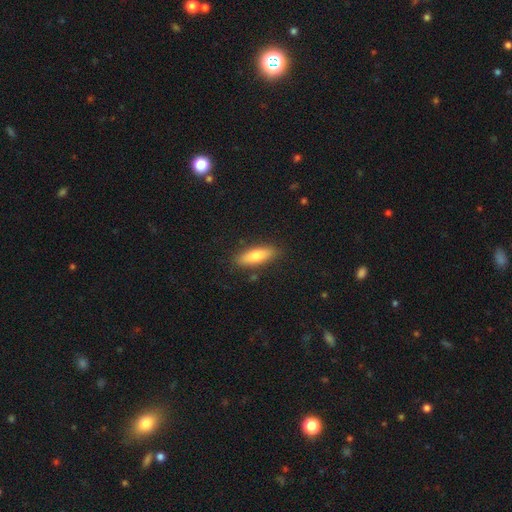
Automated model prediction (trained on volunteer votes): This is likely a smooth galaxy (78%). How rounded: possibly in between (53%). Merging: clearly none (85%).